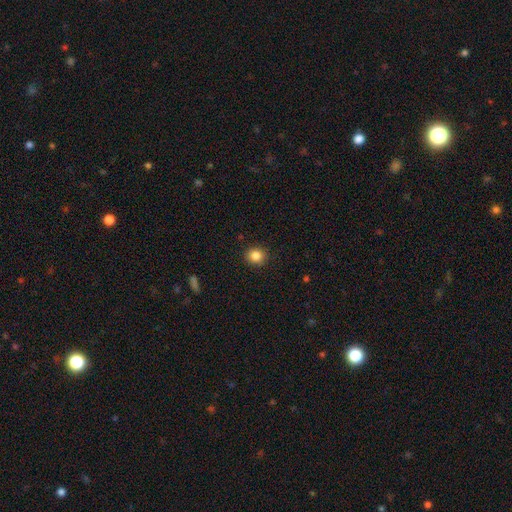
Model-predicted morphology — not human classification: Smooth or featured? smooth (85%)
How rounded? round (86%)
Merging? none (91%)